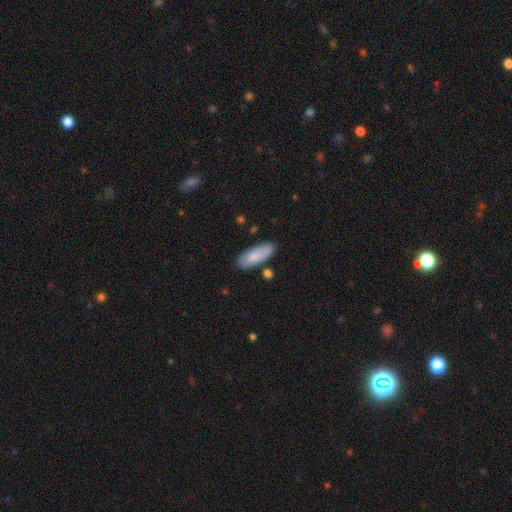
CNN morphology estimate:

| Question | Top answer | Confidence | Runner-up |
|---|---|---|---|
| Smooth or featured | smooth | 82% | featured or disk (12%) |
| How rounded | in between | 77% | cigar-shaped (22%) |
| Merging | none | 79% | minor disturbance (14%) |